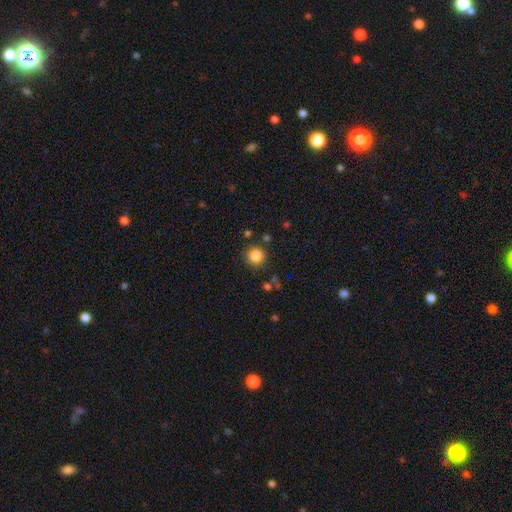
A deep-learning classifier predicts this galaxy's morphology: This is clearly a smooth galaxy (85%). How rounded: clearly round (93%). Merging: clearly none (85%).